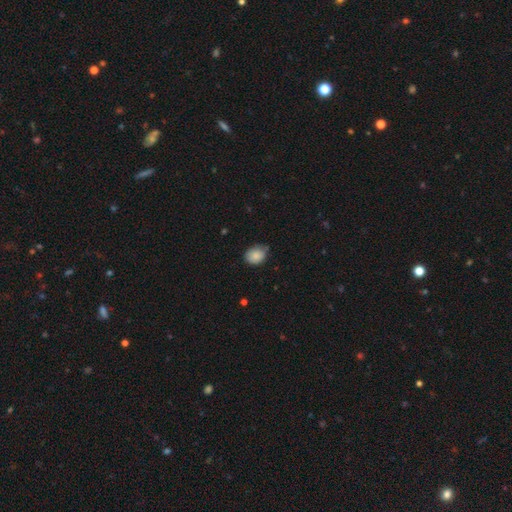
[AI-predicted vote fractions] A smooth galaxy with no disk features (85%) that is in between round and cigar-shaped (56%).

Vote fractions:
- Smooth or featured? smooth: 85% / star or artifact: 8% / featured or disk: 7%
- How rounded? in between: 56% / round: 43% / cigar-shaped: 1%
- Merging? none: 61% / minor disturbance: 32% / major disturbance: 5% / merger: 2%